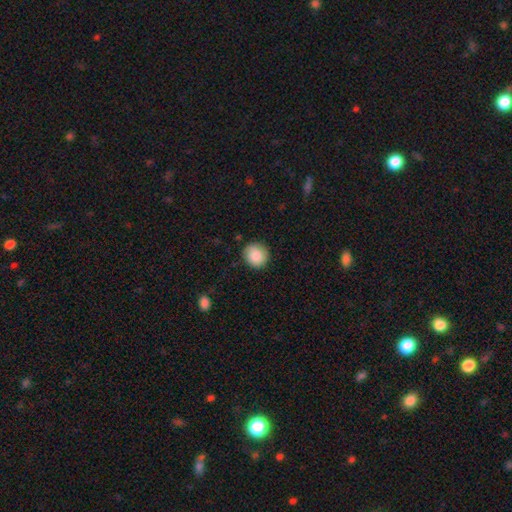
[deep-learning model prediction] Smooth or featured?
  - smooth: 86% *
  - star or artifact: 8%
  - featured or disk: 6%
How rounded?
  - round: 91% *
  - in between: 8%
  - cigar-shaped: 1%
Merging?
  - none: 86% *
  - minor disturbance: 11%
  - major disturbance: 2%
  - merger: 1%